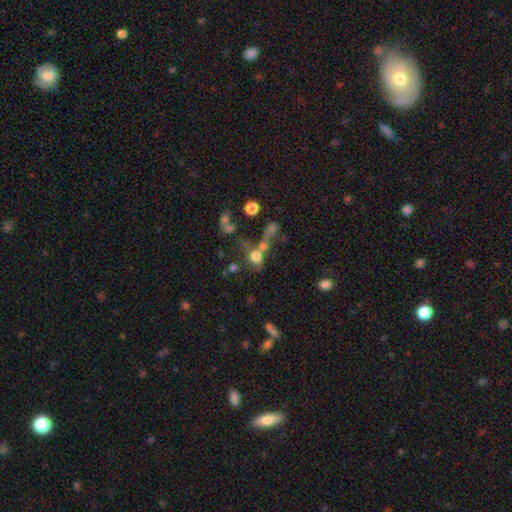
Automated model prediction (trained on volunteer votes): smooth-or-featured: smooth: 67% | featured or disk: 17% | star or artifact: 16%
  how-rounded: round: 63% | in between: 34% | cigar-shaped: 3%
  merging: merger: 48% | none: 27% | major disturbance: 16% | minor disturbance: 9%